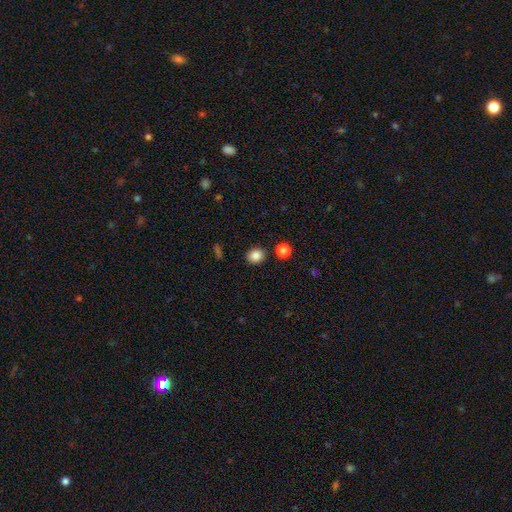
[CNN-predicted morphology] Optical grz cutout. It shows a smooth galaxy with no disk features (86%) that is round (72%). Merging: none (88%).